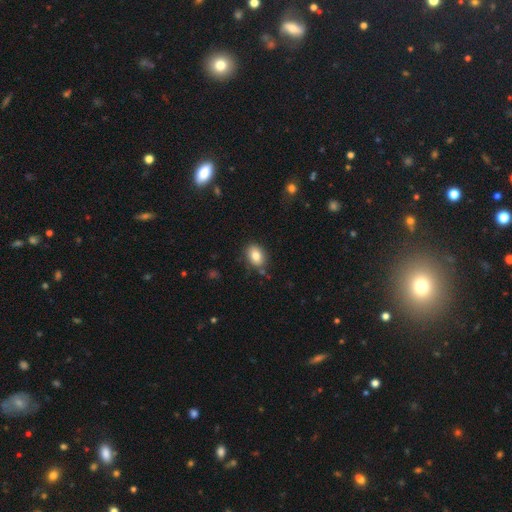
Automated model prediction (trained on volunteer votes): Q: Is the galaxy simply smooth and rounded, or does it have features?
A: smooth — 83%.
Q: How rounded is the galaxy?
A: in between — 71%.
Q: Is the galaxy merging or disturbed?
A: none — 80%.